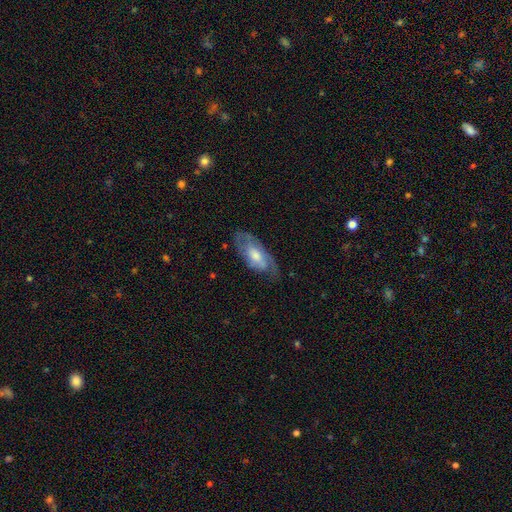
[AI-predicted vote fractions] smooth_or_featured: featured or disk (p=0.59) [alt: smooth p=0.35]
disk_edge_on: no (p=0.87) [alt: yes p=0.13]
bar: no (p=0.63) [alt: weak p=0.30]
has_spiral_arms: yes (p=0.79) [alt: no p=0.21]
bulge_size: moderate (p=0.53) [alt: small p=0.22]
merging: none (p=0.64) [alt: minor disturbance p=0.25]